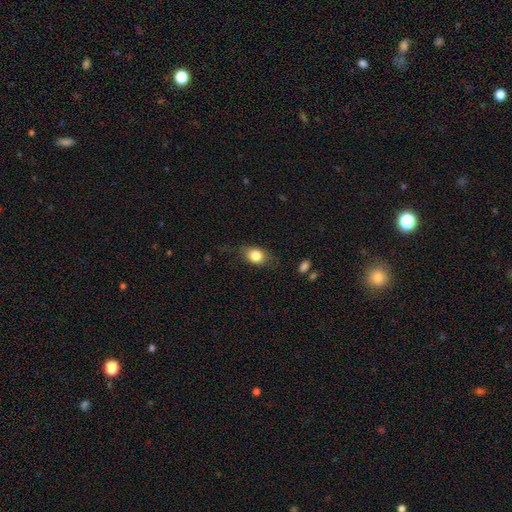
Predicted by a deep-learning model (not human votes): Overall: smooth (78%). How rounded: in between (60%; round 38%). Merging: none (64%; minor disturbance 24%).